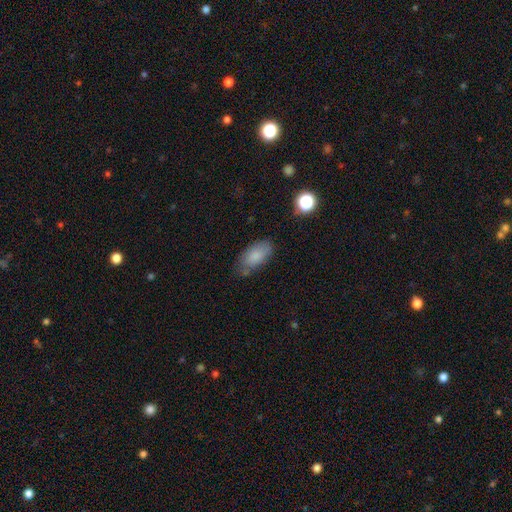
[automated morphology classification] Smooth or featured? Predicted: smooth (p=0.83). How rounded? Predicted: in between (p=0.92). Merging? Predicted: none (p=0.66).